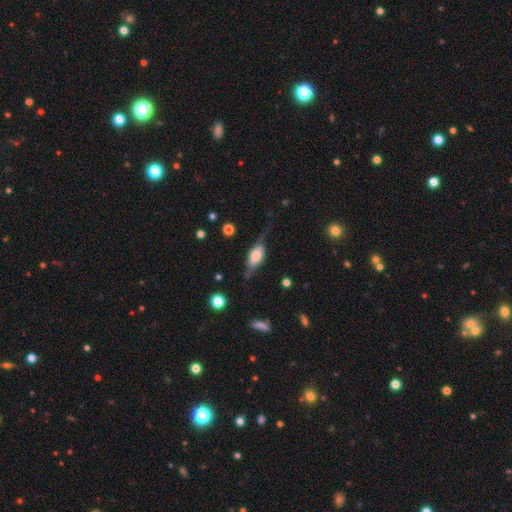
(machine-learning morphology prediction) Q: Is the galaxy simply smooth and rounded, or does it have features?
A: featured or disk — 58%.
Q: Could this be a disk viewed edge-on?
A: yes — 76%.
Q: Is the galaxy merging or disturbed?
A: none — 57%.